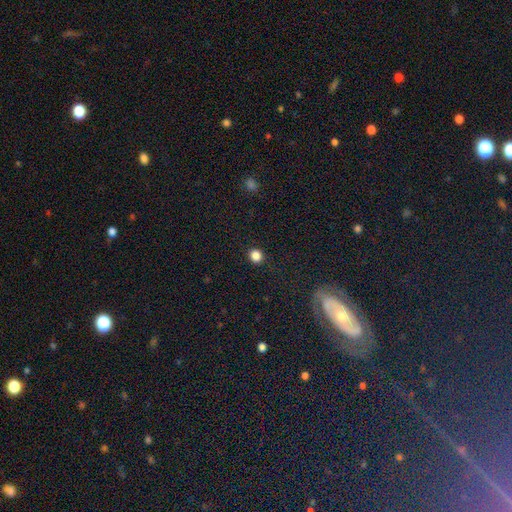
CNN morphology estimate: This appears to be a smooth galaxy with no disk features (84%) that is round (87%). Merging: none (92%).